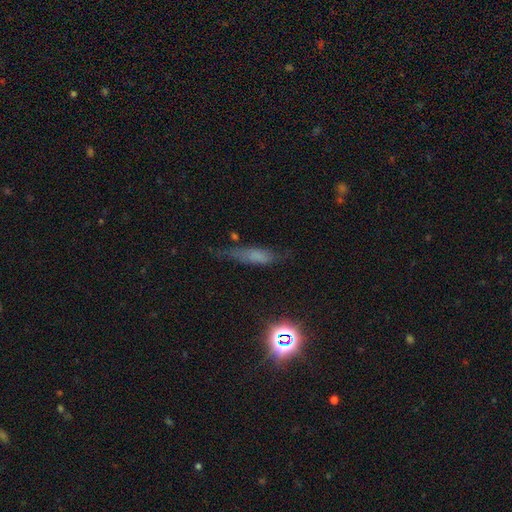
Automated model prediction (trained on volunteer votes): Smooth or featured: smooth — 55% (featured or disk — 26%)
How rounded: cigar-shaped — 63% (in between — 33%)
Merging: none — 56% (minor disturbance — 27%)